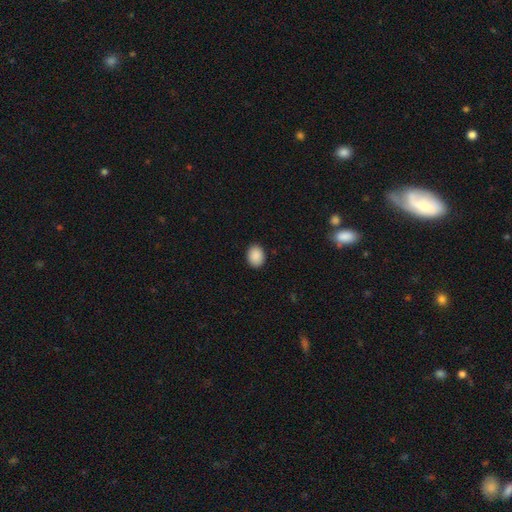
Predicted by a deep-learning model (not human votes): smooth 90%, star or artifact 8%, featured or disk 2%. Down the decision tree: how rounded — in between (63%); merging — none (91%).